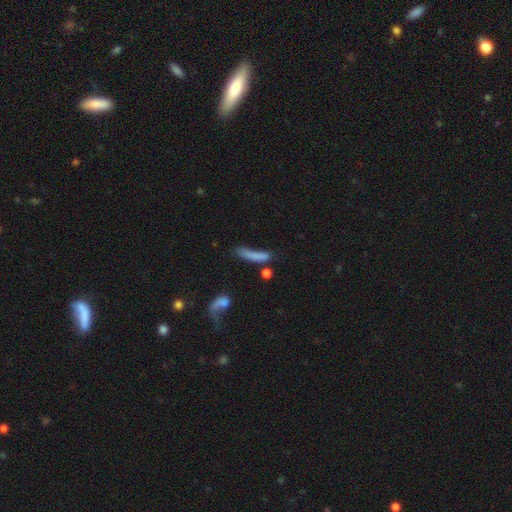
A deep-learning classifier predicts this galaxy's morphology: This appears to be a smooth galaxy with no disk features (74%) that is cigar-shaped (82%). Merging: none (47%).